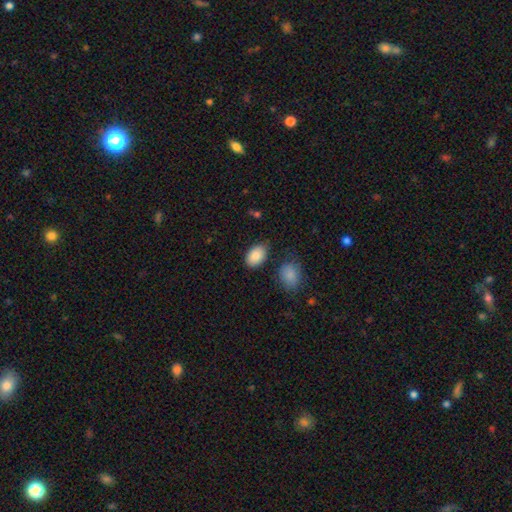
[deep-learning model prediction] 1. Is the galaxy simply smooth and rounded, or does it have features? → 86% smooth, 7% star or artifact, 7% featured or disk.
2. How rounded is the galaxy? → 89% in between, 10% round, 1% cigar-shaped.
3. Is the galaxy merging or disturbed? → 78% none, 14% minor disturbance, 4% merger, 3% major disturbance.